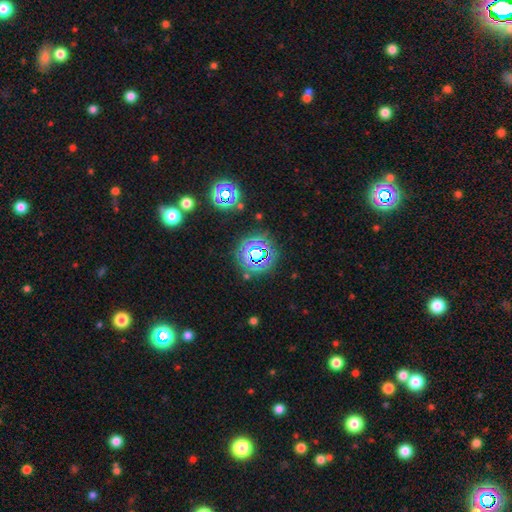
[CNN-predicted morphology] Q: Smooth or featured?
A: star or artifact (65%); runner-up: smooth (23%)